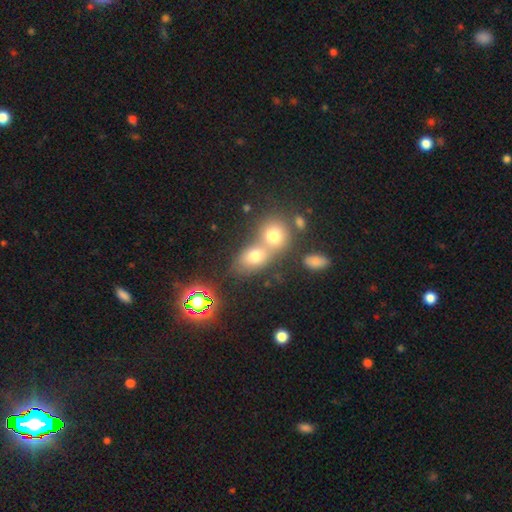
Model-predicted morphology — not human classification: The model was most divided on "how rounded": in between: 52%, round: 46%, cigar-shaped: 2%. More confident: smooth or featured — smooth (63%); merging — merger (55%).